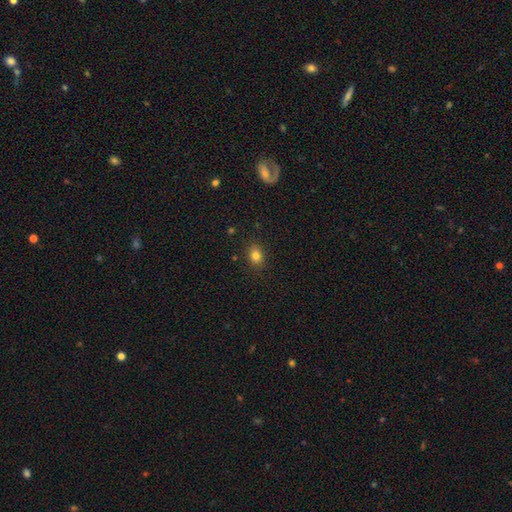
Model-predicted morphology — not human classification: smooth 81%, star or artifact 11%, featured or disk 7%. Down the decision tree: how rounded — in between (62%); merging — none (86%).